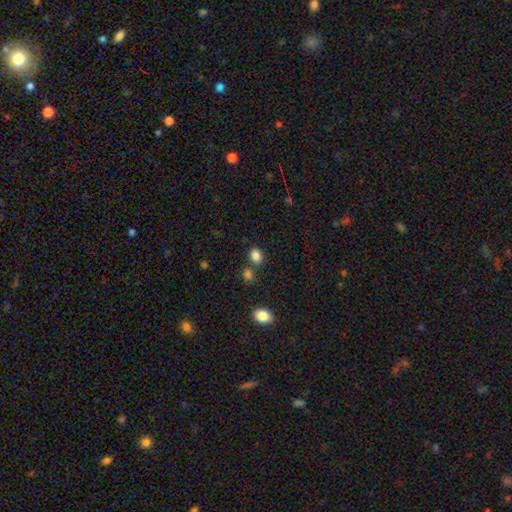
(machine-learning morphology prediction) The model was most divided on "how rounded": in between: 52%, round: 47%, cigar-shaped: 1%. More confident: smooth or featured — smooth (85%); merging — none (68%).